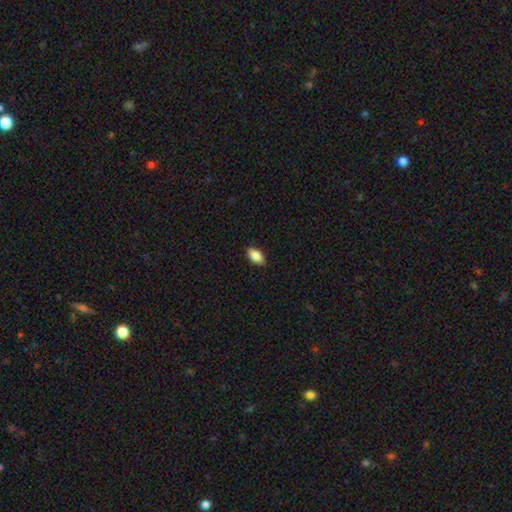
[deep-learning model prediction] Morphology: type=smooth (86%); roundness=in between (92%); merging=none (89%).